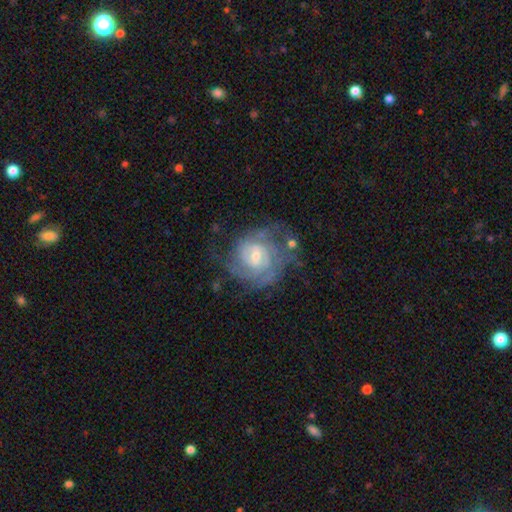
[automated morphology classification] Smooth or featured?
  - featured or disk: 84% *
  - smooth: 10%
  - star or artifact: 6%
Edge-on disk?
  - no: 98% *
  - yes: 2%
Bar?
  - weak: 51% *
  - no: 38%
  - strong: 11%
Spiral arms?
  - yes: 94% *
  - no: 6%
Spiral winding?
  - tight: 64% *
  - medium: 29%
  - loose: 7%
Spiral arm count?
  - can't tell: 35% *
  - 2: 29%
  - 3: 18%
  - 4: 9%
  - 1: 5%
  - more than 4: 4%
Bulge size?
  - small: 55% *
  - moderate: 39%
  - large: 3%
  - none: 2%
  - dominant: 1%
Merging?
  - none: 60% *
  - minor disturbance: 20%
  - major disturbance: 16%
  - merger: 3%